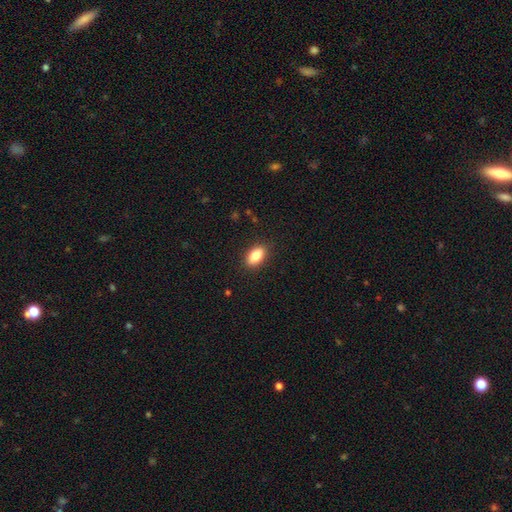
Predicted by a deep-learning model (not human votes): A smooth galaxy with no disk features (84%) that is in between round and cigar-shaped (90%). Merging: none (88%).